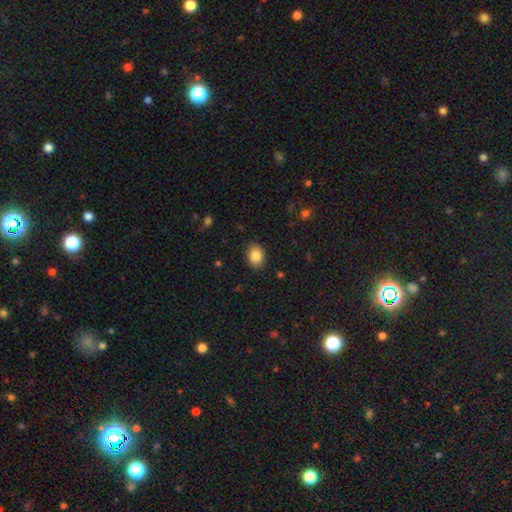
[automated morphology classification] A smooth galaxy with no disk features (86%) that is in between round and cigar-shaped (68%).

Vote fractions:
- Smooth or featured? smooth: 86% / star or artifact: 8% / featured or disk: 6%
- How rounded? in between: 68% / round: 31% / cigar-shaped: 1%
- Merging? none: 87% / minor disturbance: 10% / major disturbance: 2% / merger: 1%